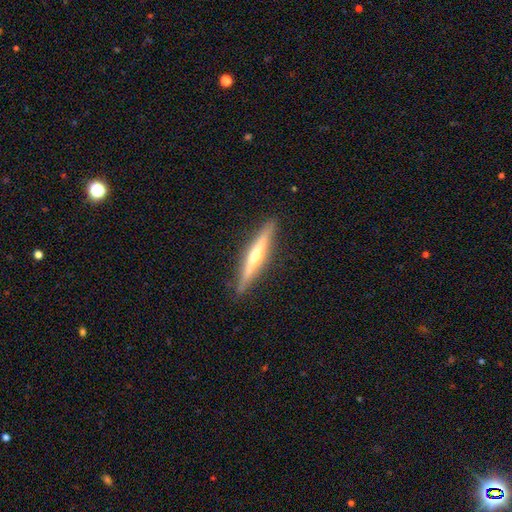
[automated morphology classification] A featured or disk galaxy (70%) viewed edge-on (97%) with a rounded central bulge (84%).

Vote fractions:
- Smooth or featured? featured or disk: 70% / smooth: 24% / star or artifact: 5%
- Edge-on disk? yes: 97% / no: 3%
- Edge-on bulge? rounded: 84% / none: 11% / boxy: 4%
- Merging? none: 91% / minor disturbance: 7% / major disturbance: 1% / merger: 1%